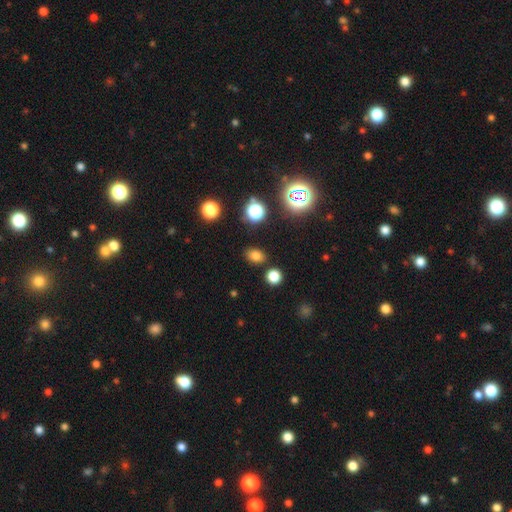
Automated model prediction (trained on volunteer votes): The model was most divided on "how rounded": in between: 70%, round: 29%, cigar-shaped: 1%. More confident: merging — none (84%); smooth or featured — smooth (75%).